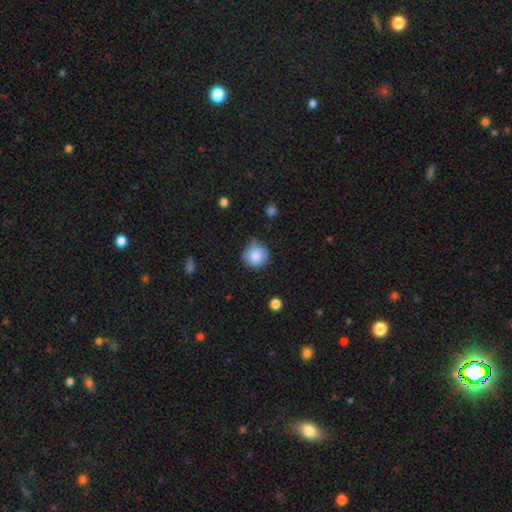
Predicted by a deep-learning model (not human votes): This appears to be a smooth galaxy with no disk features (86%) that is round (92%). Merging: none (73%).